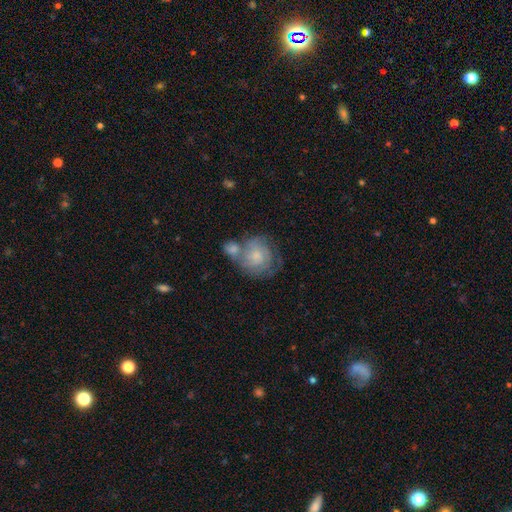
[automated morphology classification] Overall: featured or disk (55%; smooth 38%). Edge-on disk: no (97%). Bar: no (74%). Spiral arms: yes (81%). Bulge size: moderate (41%; small 37%). Merging: merger (38%; none 35%).